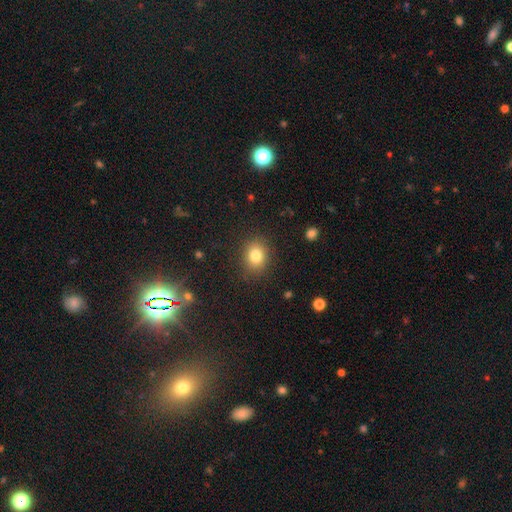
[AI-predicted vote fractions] smooth_or_featured: smooth (p=0.81) [alt: star or artifact p=0.12]
how_rounded: round (p=0.63) [alt: in between p=0.36]
merging: none (p=0.87) [alt: minor disturbance p=0.09]